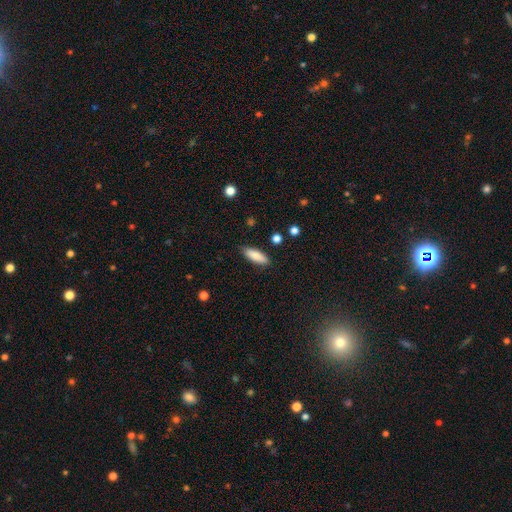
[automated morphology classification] This is clearly a smooth galaxy (85%). How rounded: possibly in between (60%). Merging: clearly none (87%).